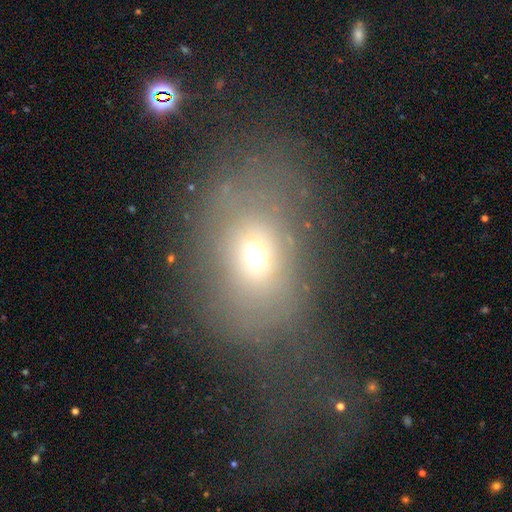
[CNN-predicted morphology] Smooth or featured? Predicted: smooth (p=0.58). How rounded? Predicted: in between (p=0.65). Merging? Predicted: none (p=0.49).